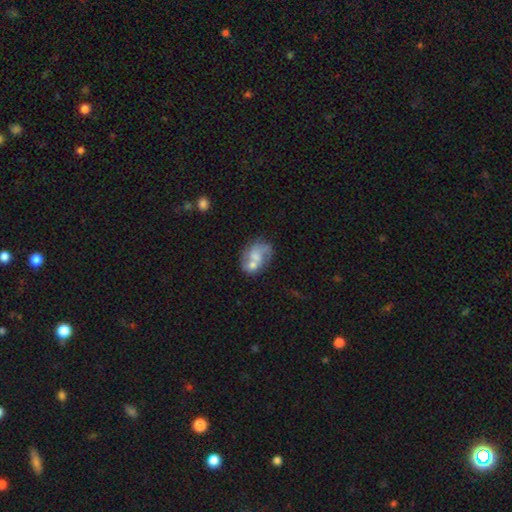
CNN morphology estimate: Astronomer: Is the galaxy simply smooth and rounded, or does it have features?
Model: featured or disk — 51% (runner-up: smooth, 41%).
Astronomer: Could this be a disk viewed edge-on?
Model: no — 98%.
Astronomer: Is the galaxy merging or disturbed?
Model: merger — 43% (runner-up: none, 30%).